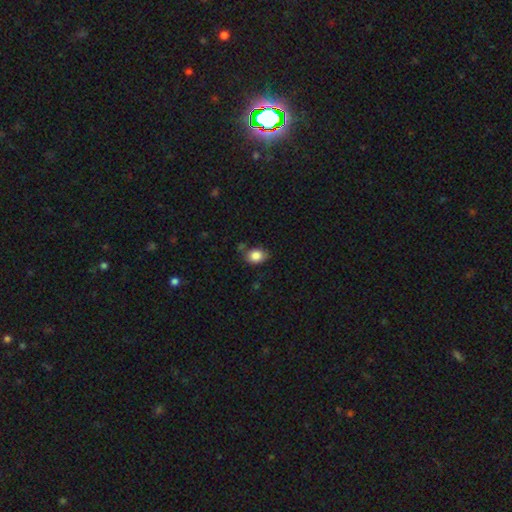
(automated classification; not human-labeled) Morphology: type=smooth (85%); roundness=in between (60%); merging=none (67%).